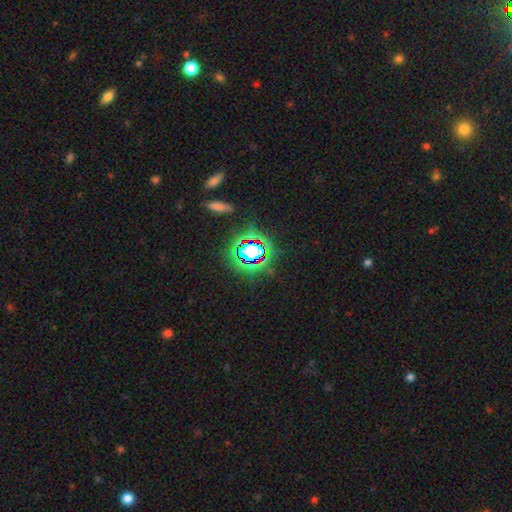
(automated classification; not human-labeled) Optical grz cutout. It shows a star or artifact, not a galaxy (73%).